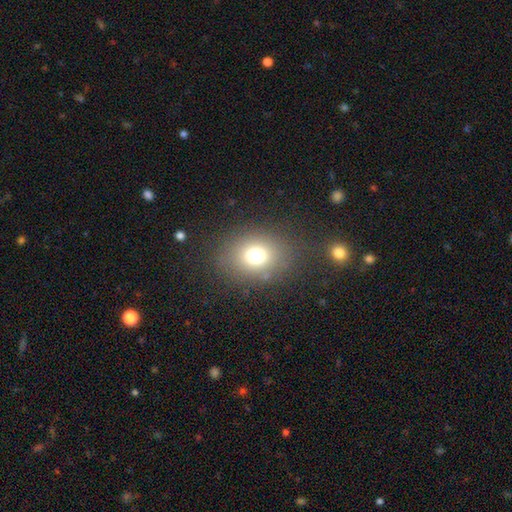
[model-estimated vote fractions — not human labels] This is likely a smooth galaxy (73%). How rounded: possibly round (56%). Merging: likely none (80%).